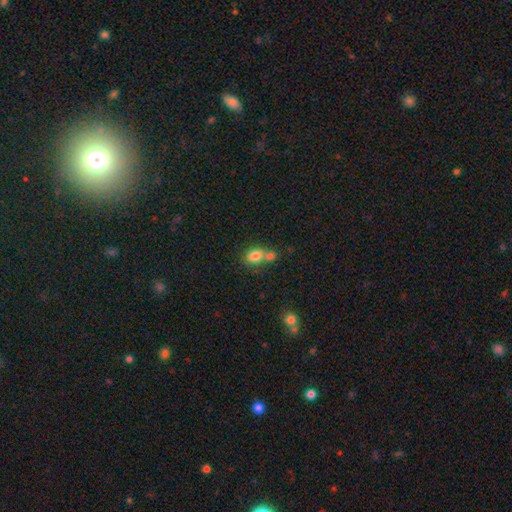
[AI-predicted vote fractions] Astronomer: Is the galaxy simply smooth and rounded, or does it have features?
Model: smooth — 81%.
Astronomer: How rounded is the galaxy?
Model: in between — 70%.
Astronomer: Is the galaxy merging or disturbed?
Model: merger — 49% (runner-up: none, 37%).